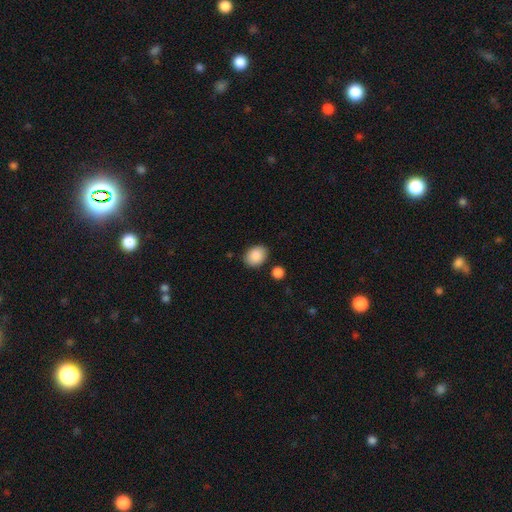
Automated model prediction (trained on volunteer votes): smooth_or_featured: smooth (p=0.89) [alt: star or artifact p=0.07]
how_rounded: in between (p=0.62) [alt: round p=0.37]
merging: none (p=0.82) [alt: minor disturbance p=0.11]